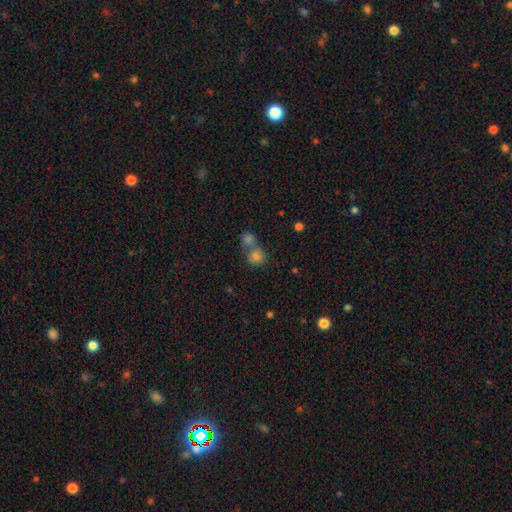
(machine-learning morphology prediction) smooth_or_featured: smooth (p=0.74) [alt: star or artifact p=0.16]
how_rounded: round (p=0.84) [alt: in between p=0.15]
merging: merger (p=0.46) [alt: none p=0.45]